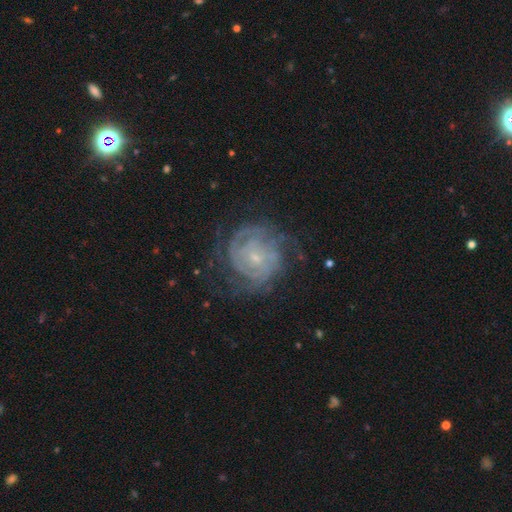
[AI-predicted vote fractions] This is clearly a featured or disk galaxy (81%). It is clearly not viewed edge-on (97%). Bar: likely no (70%). Spiral arm pattern: clearly yes (93%). Spiral arm count: marginally can't tell (41%). Spiral winding: likely tight (73%). Central bulge: likely small (78%). Merging: likely none (72%).